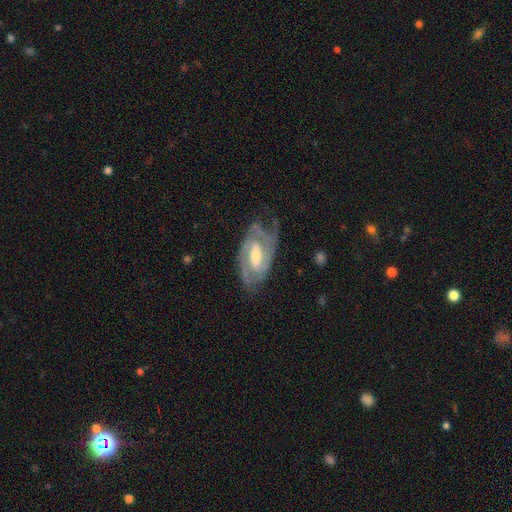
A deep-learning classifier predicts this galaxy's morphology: type=featured or disk (88%); edge-on=no (96%); bar=weak (45%); spiral arms=yes (96%); winding=tight (50%); arm count=2 (70%); bulge=moderate (63%); merging=none (67%).